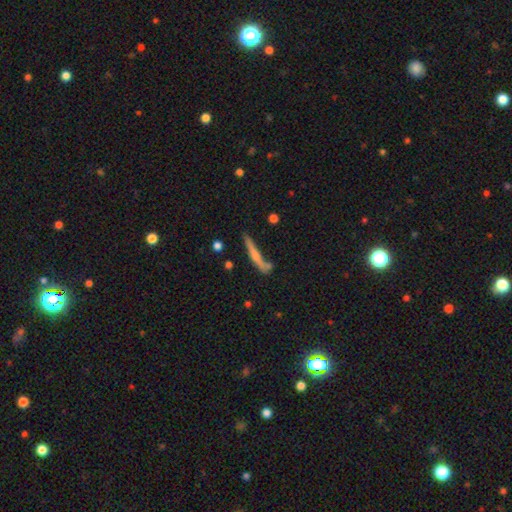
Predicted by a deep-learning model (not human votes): Smooth or featured?
  - smooth: 51% *
  - featured or disk: 42%
  - star or artifact: 8%
How rounded?
  - cigar-shaped: 93% *
  - in between: 5%
  - round: 2%
Merging?
  - none: 61% *
  - minor disturbance: 19%
  - merger: 12%
  - major disturbance: 8%